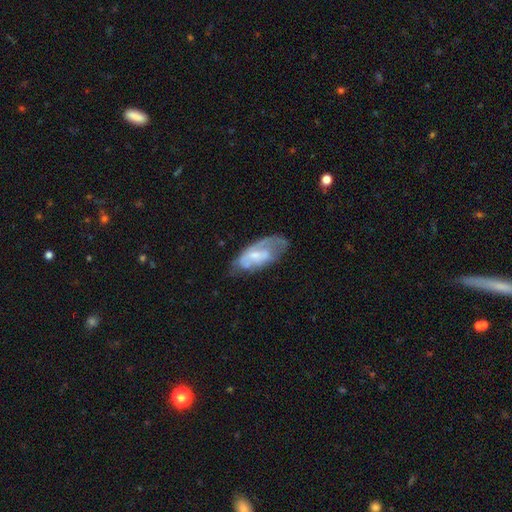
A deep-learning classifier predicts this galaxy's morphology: featured or disk 56%, smooth 37%, star or artifact 7%. Down the decision tree: edge-on disk — no (91%); bar — no (63%); spiral arms — no (50%, tied with yes); bulge size — small (45%); merging — none (42%).